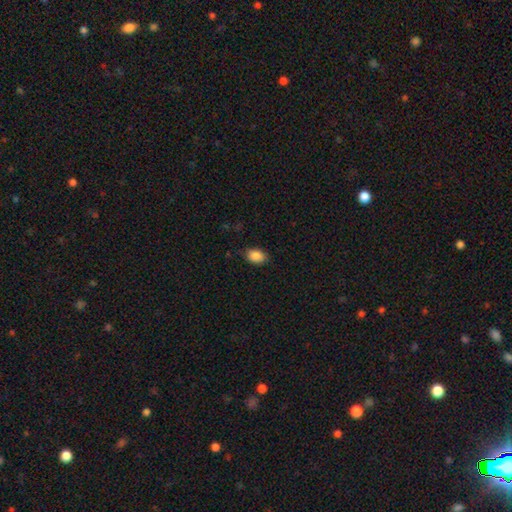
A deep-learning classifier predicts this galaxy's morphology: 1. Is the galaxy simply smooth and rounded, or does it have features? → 88% smooth, 8% star or artifact, 4% featured or disk.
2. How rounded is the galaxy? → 82% in between, 16% round, 1% cigar-shaped.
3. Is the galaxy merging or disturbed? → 82% none, 14% minor disturbance, 3% major disturbance, 1% merger.